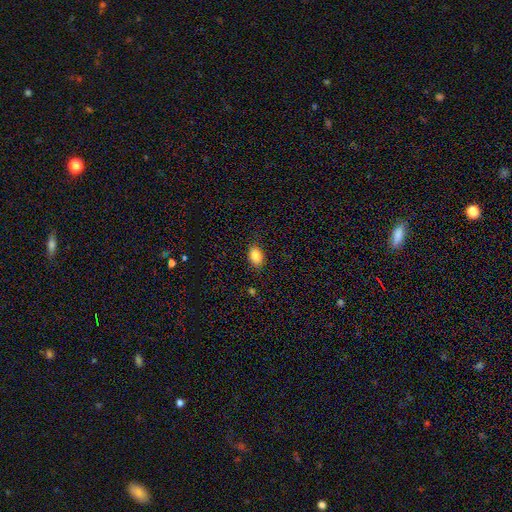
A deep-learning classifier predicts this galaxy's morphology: Overall: smooth (86%). How rounded: in between (85%). Merging: none (85%).